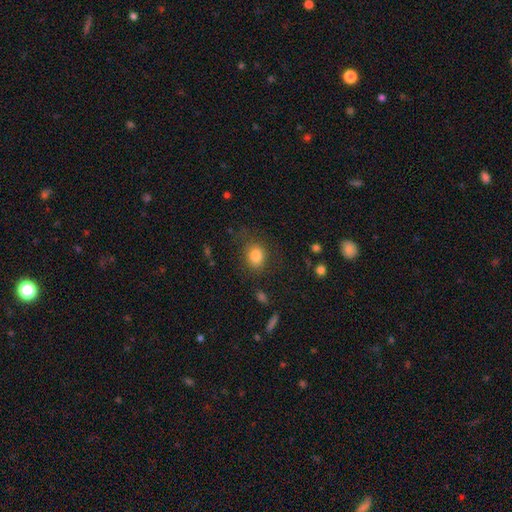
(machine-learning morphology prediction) smooth 82%, star or artifact 10%, featured or disk 8%. Down the decision tree: how rounded — round (57%); merging — none (75%).